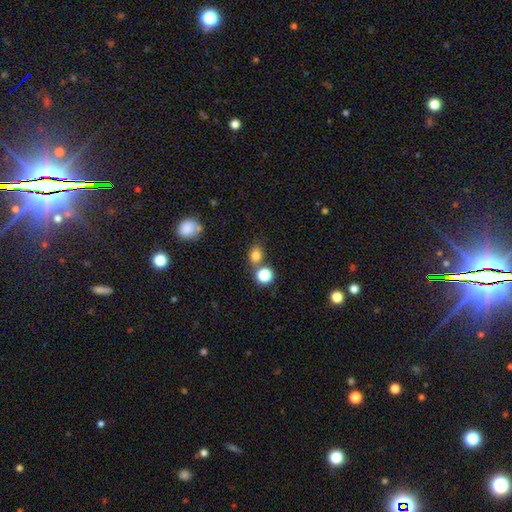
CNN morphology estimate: smooth 79%, star or artifact 14%, featured or disk 7%. Down the decision tree: how rounded — round (56%); merging — none (63%).